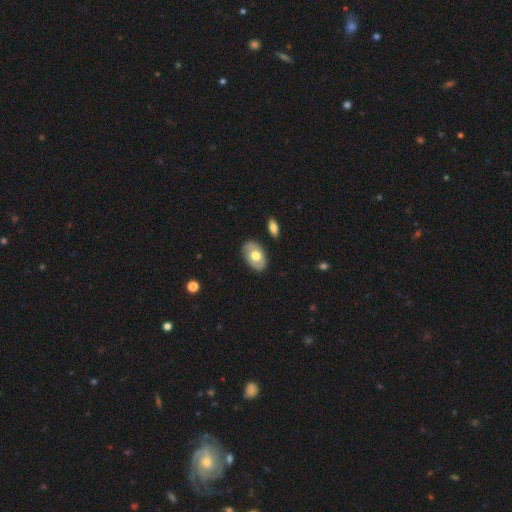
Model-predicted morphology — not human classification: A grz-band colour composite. It shows a smooth galaxy with no disk features (55%) that is in between round and cigar-shaped (88%). Merging: none (85%).